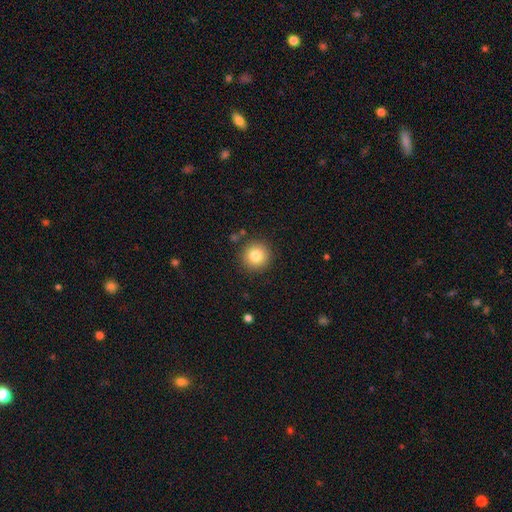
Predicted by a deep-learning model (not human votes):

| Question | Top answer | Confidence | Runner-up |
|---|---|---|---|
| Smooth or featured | smooth | 81% | star or artifact (10%) |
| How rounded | round | 95% | in between (4%) |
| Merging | none | 89% | minor disturbance (7%) |